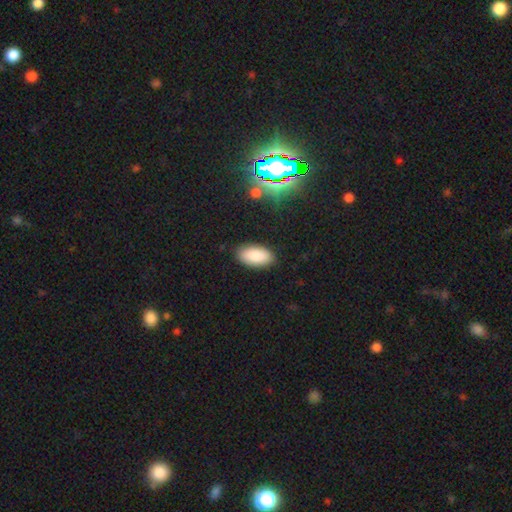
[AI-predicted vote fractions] smooth 86%, star or artifact 7%, featured or disk 7%. Down the decision tree: how rounded — in between (95%); merging — none (87%).